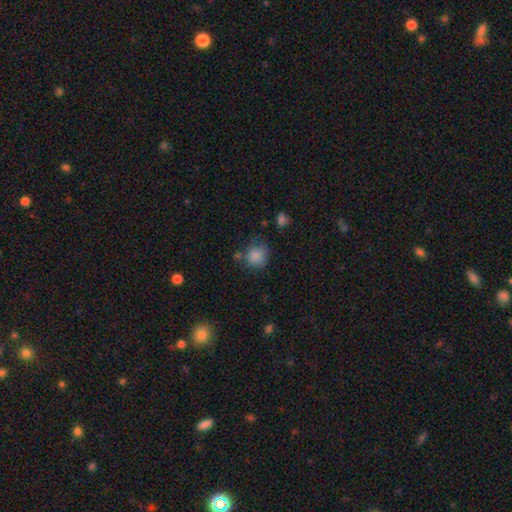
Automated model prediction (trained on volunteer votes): This is clearly a smooth galaxy (83%). How rounded: likely round (79%). Merging: possibly none (57%).